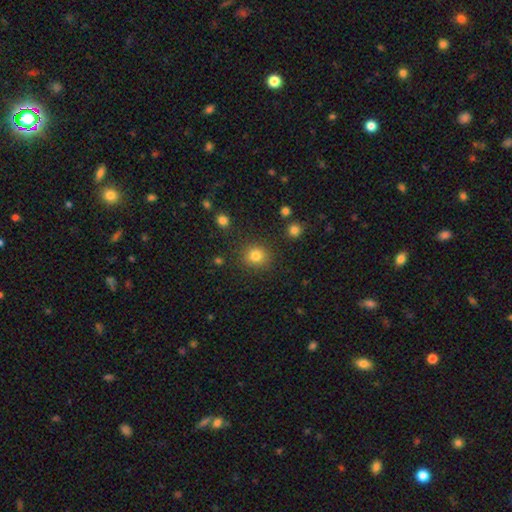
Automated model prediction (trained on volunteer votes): Smooth or featured? smooth (82%)
How rounded? round (87%)
Merging? none (87%)